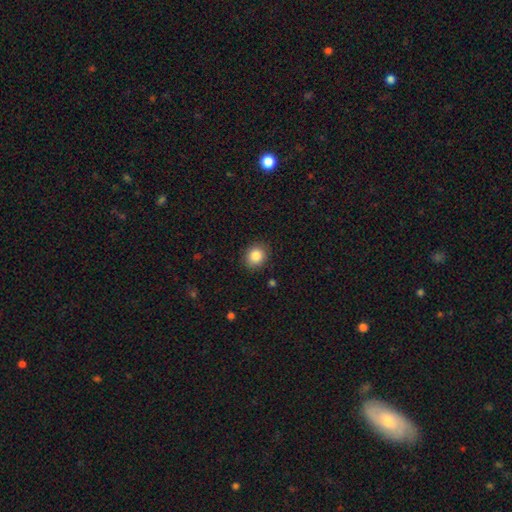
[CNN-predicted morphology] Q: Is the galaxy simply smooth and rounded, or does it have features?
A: smooth — 85%.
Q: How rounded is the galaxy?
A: round — 77%.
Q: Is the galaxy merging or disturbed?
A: none — 89%.